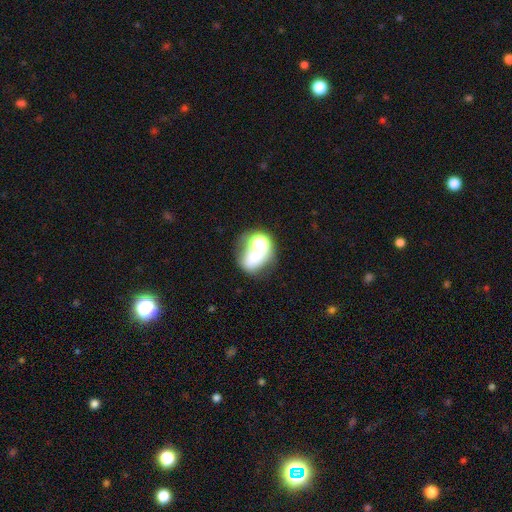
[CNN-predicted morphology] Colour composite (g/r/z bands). It shows a smooth galaxy with no disk features (54%) that is in between round and cigar-shaped (52%). Merging: merger (45%).